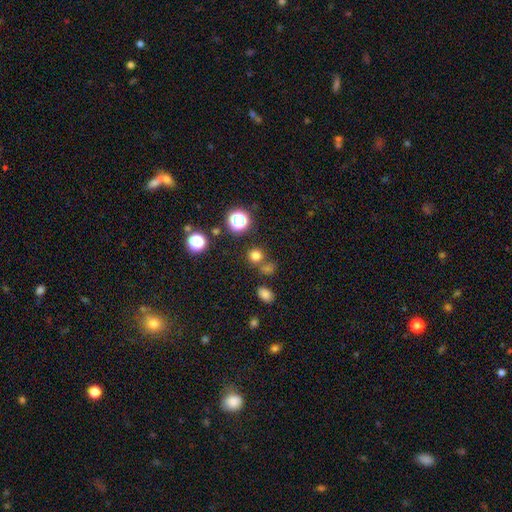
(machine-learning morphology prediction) Smooth or featured? Predicted: smooth (p=0.72). How rounded? Predicted: round (p=0.89). Merging? Predicted: none (p=0.72).